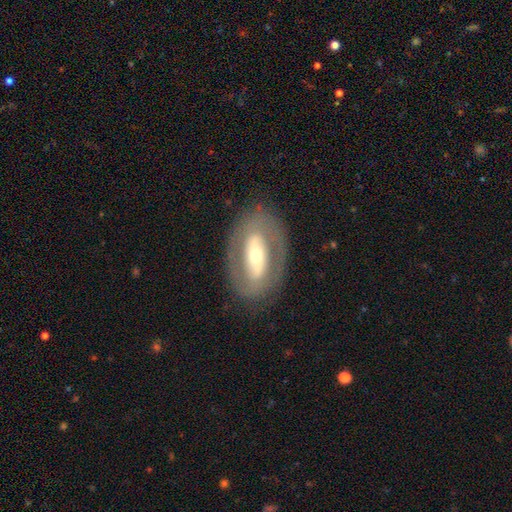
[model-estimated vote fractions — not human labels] A featured or disk galaxy (70%) with a strong bar (49%), no spiral arms (59%) and a moderate central bulge (47%). Merging: none (81%).